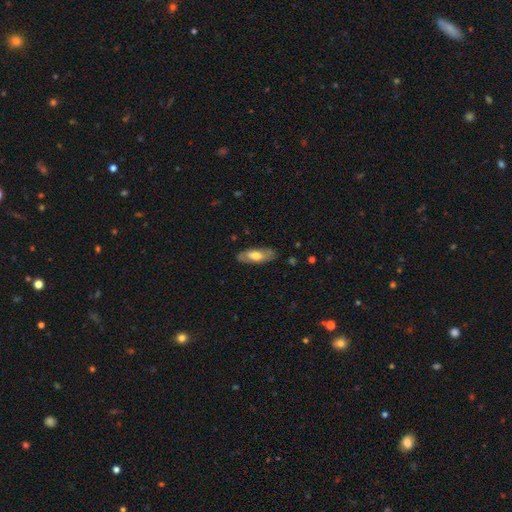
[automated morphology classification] A smooth galaxy with no disk features (50%). Merging: none (82%).